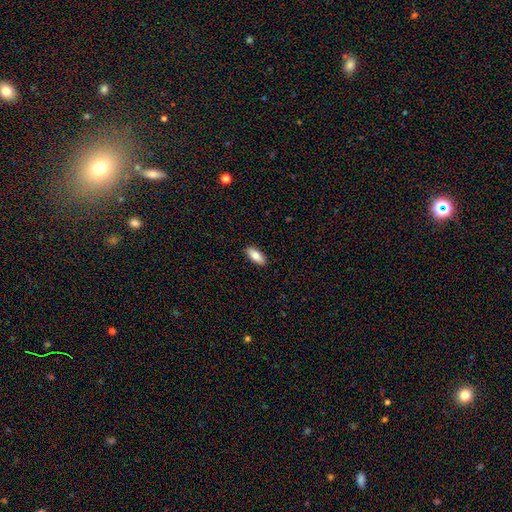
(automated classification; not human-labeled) Smooth or featured: smooth — 80% (featured or disk — 13%)
How rounded: in between — 85% (cigar-shaped — 12%)
Merging: none — 91% (minor disturbance — 7%)